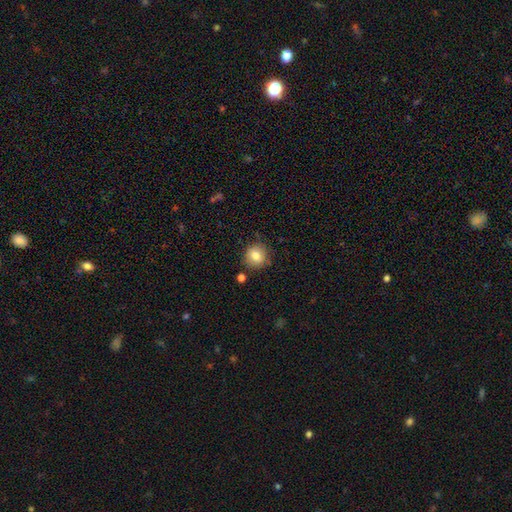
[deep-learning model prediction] Smooth or featured?
  - smooth: 80% *
  - featured or disk: 11%
  - star or artifact: 10%
How rounded?
  - round: 87% *
  - in between: 12%
  - cigar-shaped: 1%
Merging?
  - none: 82% *
  - minor disturbance: 12%
  - merger: 3%
  - major disturbance: 3%